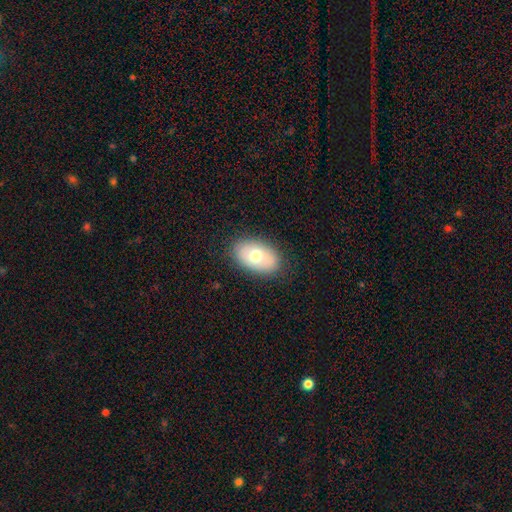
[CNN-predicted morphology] Smooth or featured?
  - smooth: 66% *
  - featured or disk: 26%
  - star or artifact: 7%
How rounded?
  - in between: 87% *
  - round: 12%
  - cigar-shaped: 1%
Merging?
  - none: 85% *
  - minor disturbance: 11%
  - major disturbance: 3%
  - merger: 1%